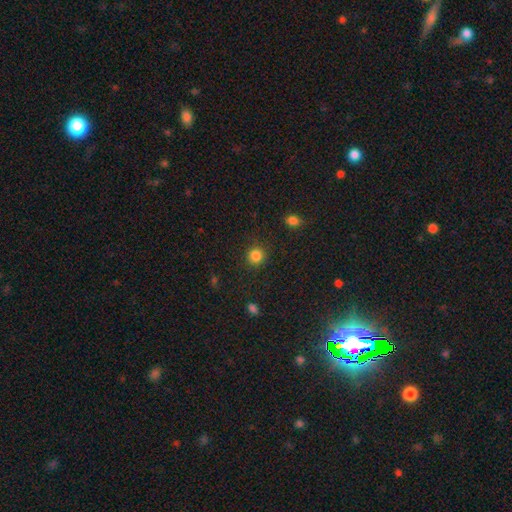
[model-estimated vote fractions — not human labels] Smooth or featured?
  - smooth: 85% *
  - star or artifact: 12%
  - featured or disk: 4%
How rounded?
  - round: 93% *
  - in between: 6%
  - cigar-shaped: 1%
Merging?
  - none: 89% *
  - minor disturbance: 7%
  - major disturbance: 3%
  - merger: 1%